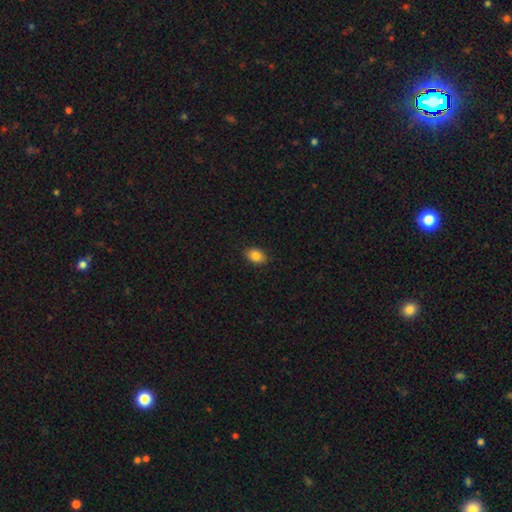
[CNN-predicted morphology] Overall: smooth (86%). How rounded: in between (78%). Merging: none (88%).